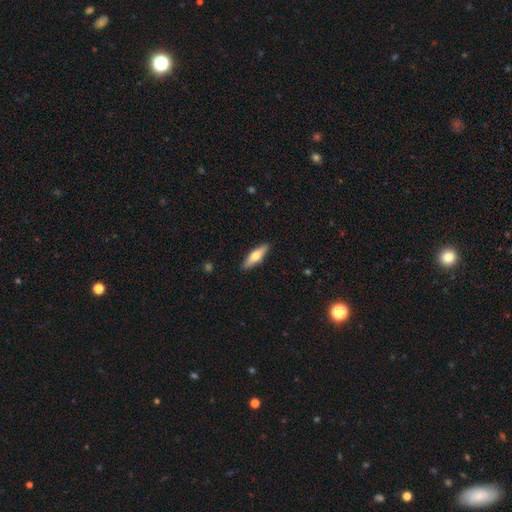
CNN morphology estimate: A smooth galaxy with no disk features (53%) that is cigar-shaped (61%). Merging: none (90%).